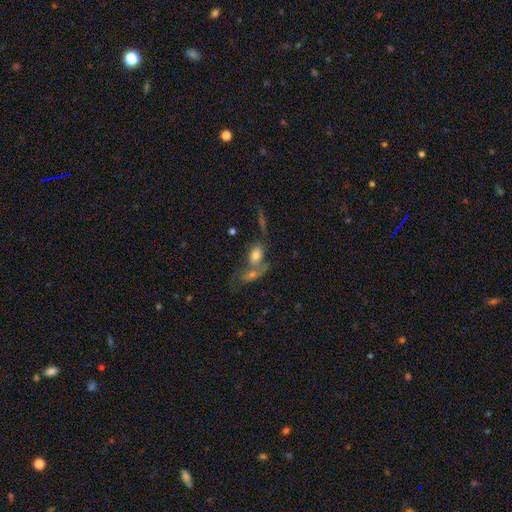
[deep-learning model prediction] A smooth galaxy with no disk features (65%) that is in between round and cigar-shaped (72%).

Vote fractions:
- Smooth or featured? smooth: 65% / featured or disk: 23% / star or artifact: 11%
- How rounded? in between: 72% / round: 24% / cigar-shaped: 4%
- Merging? merger: 55% / none: 25% / minor disturbance: 10% / major disturbance: 10%